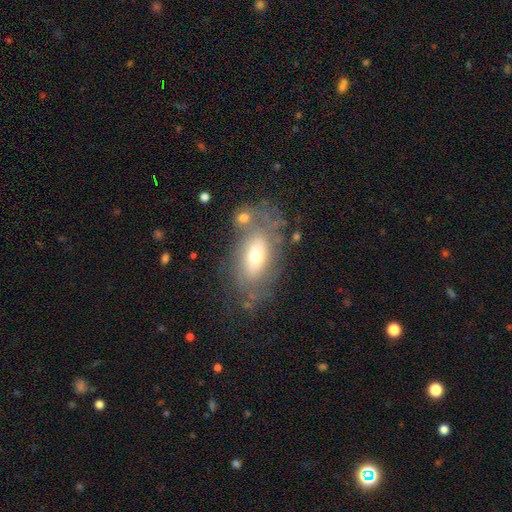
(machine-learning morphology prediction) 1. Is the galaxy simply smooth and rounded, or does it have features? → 48% smooth, 43% featured or disk, 9% star or artifact.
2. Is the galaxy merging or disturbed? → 59% none, 20% minor disturbance, 12% major disturbance, 9% merger.